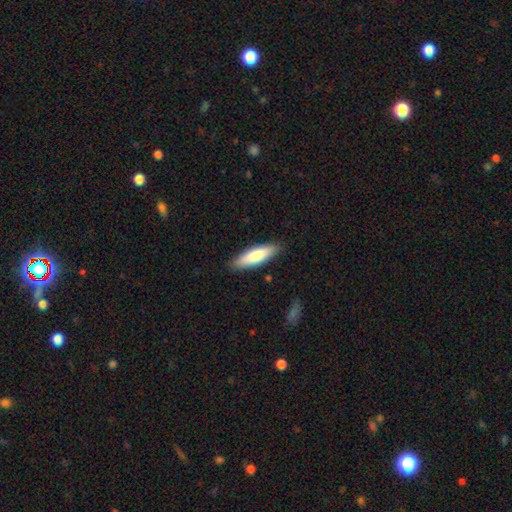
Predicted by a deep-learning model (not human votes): Overall: smooth (79%). How rounded: cigar-shaped (56%; in between 42%). Merging: none (88%).